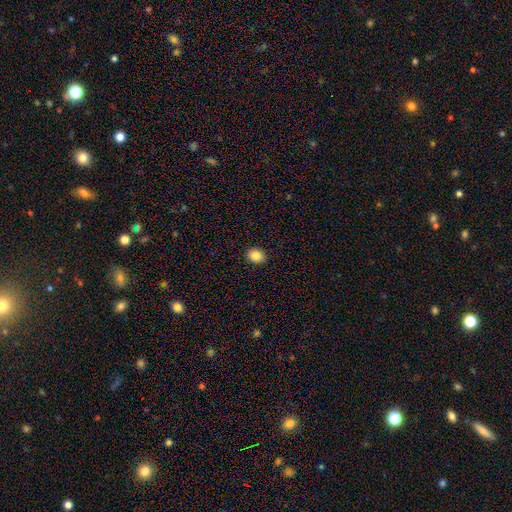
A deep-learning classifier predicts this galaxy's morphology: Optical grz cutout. It shows a smooth galaxy with no disk features (87%) that is round (52%). Merging: none (91%).